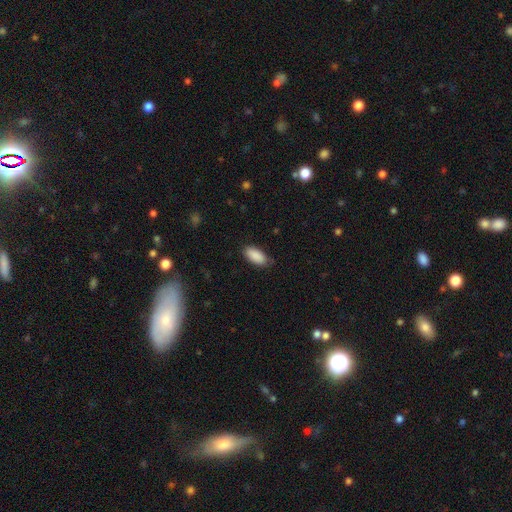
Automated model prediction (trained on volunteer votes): Q: Smooth or featured?
A: smooth (90%); runner-up: star or artifact (6%)
Q: How rounded?
A: in between (91%); runner-up: cigar-shaped (7%)
Q: Merging?
A: none (82%); runner-up: minor disturbance (14%)